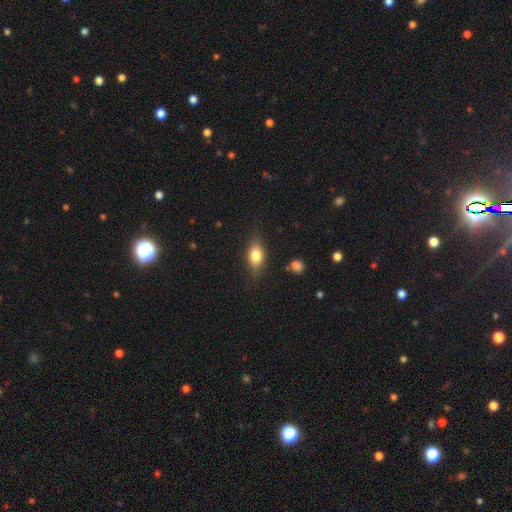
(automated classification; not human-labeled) Smooth or featured: smooth — 73% (featured or disk — 19%)
How rounded: in between — 78% (round — 12%)
Merging: none — 79% (minor disturbance — 16%)